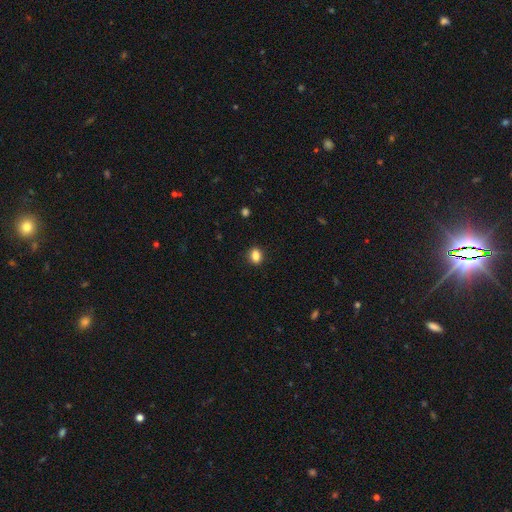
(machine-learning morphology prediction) A smooth galaxy with no disk features (86%) that is in between round and cigar-shaped (58%). Merging: none (89%).